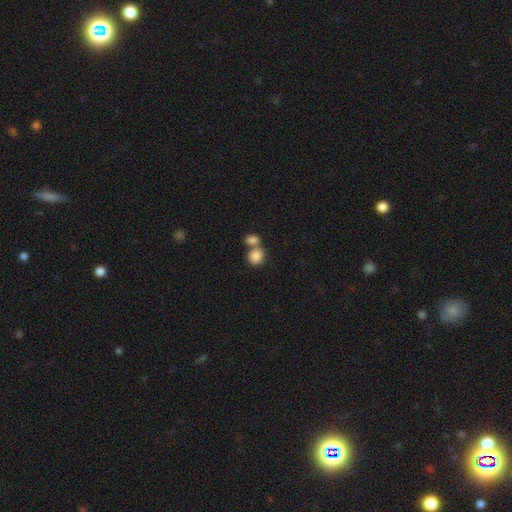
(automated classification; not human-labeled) Q: Smooth or featured?
A: smooth (85%); runner-up: star or artifact (8%)
Q: How rounded?
A: round (78%); runner-up: in between (21%)
Q: Merging?
A: merger (50%); runner-up: none (41%)